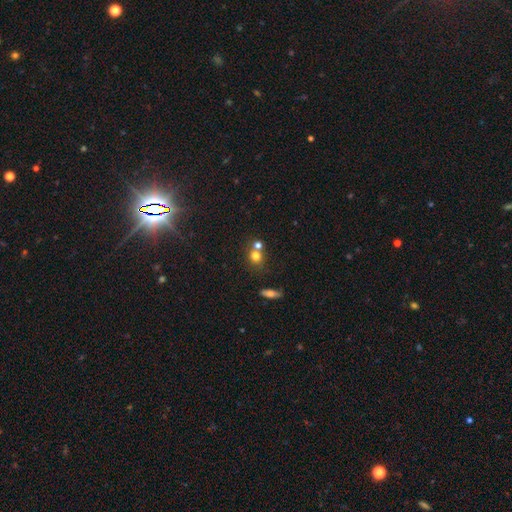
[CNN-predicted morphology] This appears to be a smooth galaxy with no disk features (73%) that is round (78%). Merging: none (48%).